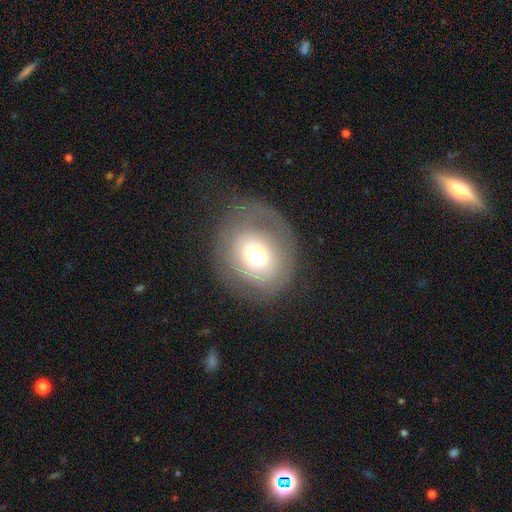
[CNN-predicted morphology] Smooth or featured? Predicted: smooth (p=0.53). How rounded? Predicted: round (p=0.74). Merging? Predicted: none (p=0.60).